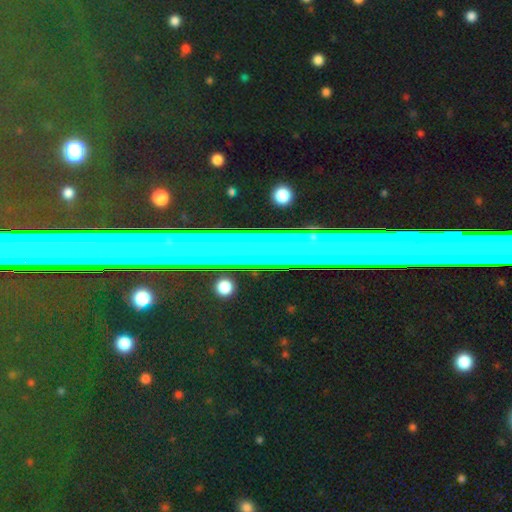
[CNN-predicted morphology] This is possibly a star or artifact rather than a galaxy (56%).